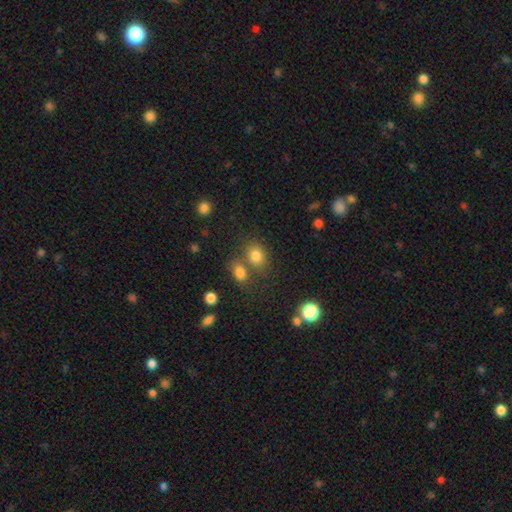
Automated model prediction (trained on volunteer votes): smooth_or_featured: smooth (p=0.78) [alt: star or artifact p=0.14]
how_rounded: round (p=0.55) [alt: in between p=0.43]
merging: none (p=0.56) [alt: merger p=0.28]